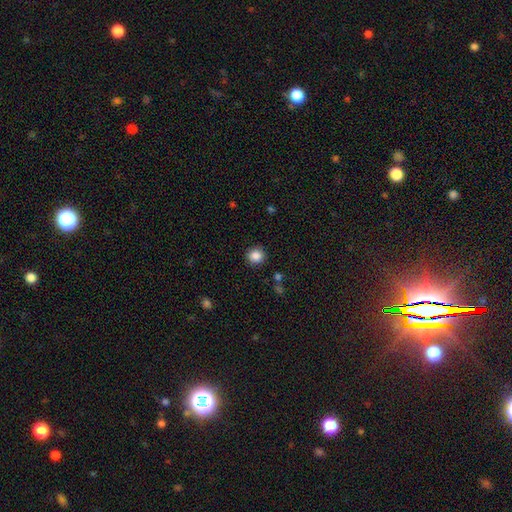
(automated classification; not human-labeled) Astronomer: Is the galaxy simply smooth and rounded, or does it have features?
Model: smooth — 86%.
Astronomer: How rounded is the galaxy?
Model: round — 92%.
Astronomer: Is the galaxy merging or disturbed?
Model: none — 90%.